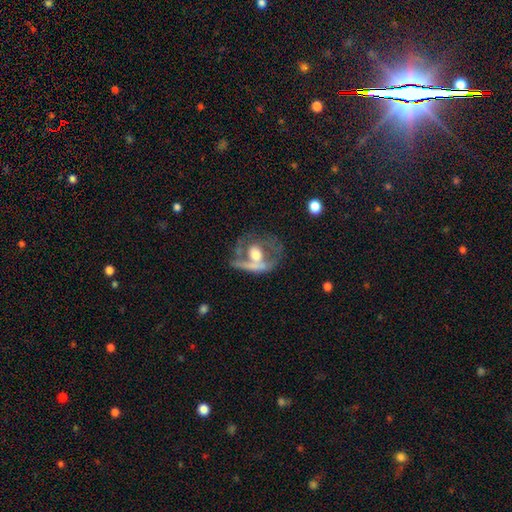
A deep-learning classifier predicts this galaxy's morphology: Smooth or featured?
  - featured or disk: 62% *
  - smooth: 31%
  - star or artifact: 8%
Edge-on disk?
  - no: 94% *
  - yes: 6%
Bar?
  - no: 72% *
  - weak: 20%
  - strong: 8%
Spiral arms?
  - no: 56% *
  - yes: 44%
Bulge size?
  - moderate: 58% *
  - large: 23%
  - small: 11%
  - none: 4%
  - dominant: 3%
Merging?
  - major disturbance: 37% *
  - none: 32%
  - minor disturbance: 18%
  - merger: 13%